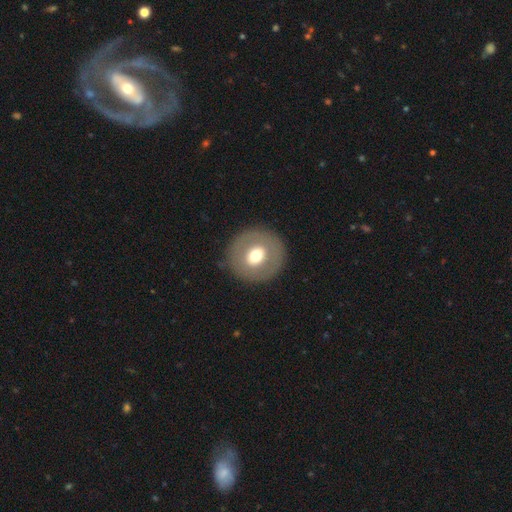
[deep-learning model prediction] smooth-or-featured: smooth: 58% | featured or disk: 35% | star or artifact: 8%
  how-rounded: round: 87% | in between: 12% | cigar-shaped: 1%
  merging: none: 87% | minor disturbance: 8% | major disturbance: 4% | merger: 1%